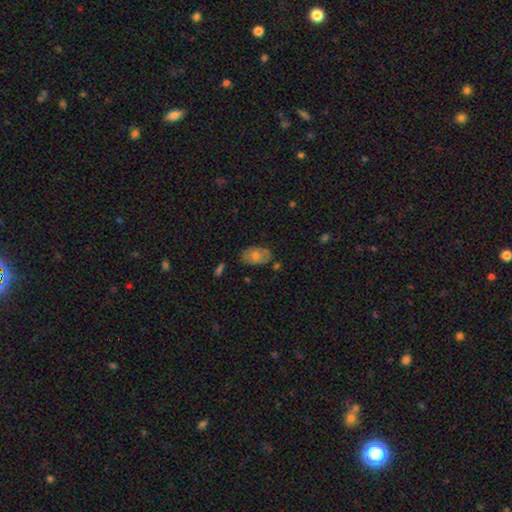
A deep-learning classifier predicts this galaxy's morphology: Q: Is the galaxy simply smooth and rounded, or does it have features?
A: smooth — 59%.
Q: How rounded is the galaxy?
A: in between — 88%.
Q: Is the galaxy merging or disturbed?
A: none — 74%.